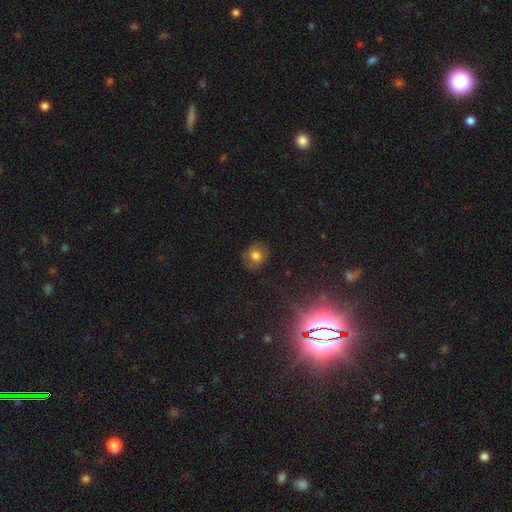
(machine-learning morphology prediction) smooth 71%, featured or disk 16%, star or artifact 13%. Down the decision tree: how rounded — round (69%); merging — none (82%).